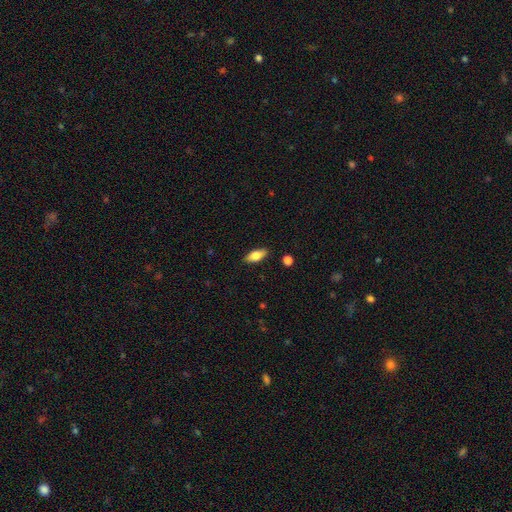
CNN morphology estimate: smooth_or_featured: smooth (p=0.72) [alt: featured or disk p=0.21]
how_rounded: in between (p=0.81) [alt: cigar-shaped p=0.16]
merging: none (p=0.87) [alt: minor disturbance p=0.09]